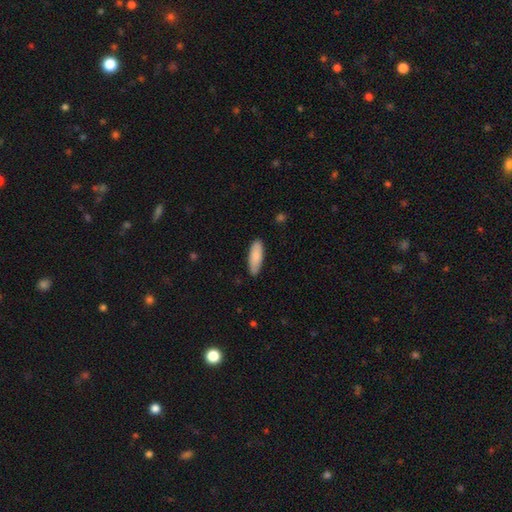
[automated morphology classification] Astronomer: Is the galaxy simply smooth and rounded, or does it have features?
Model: smooth — 85%.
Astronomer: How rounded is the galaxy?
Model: in between — 59% (runner-up: cigar-shaped, 39%).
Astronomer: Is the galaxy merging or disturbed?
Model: none — 84%.